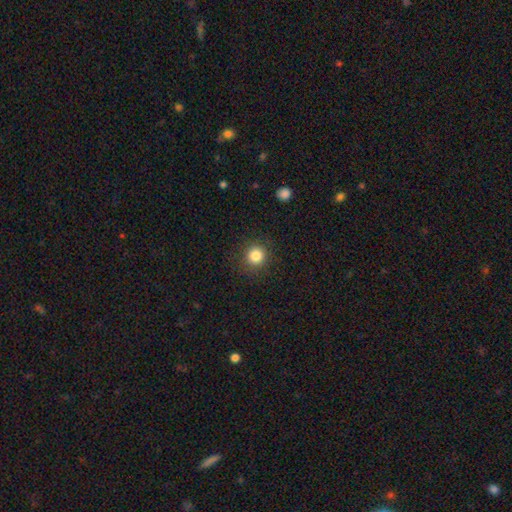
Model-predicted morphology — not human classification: A smooth galaxy with no disk features (84%) that is round (92%). Merging: none (89%).